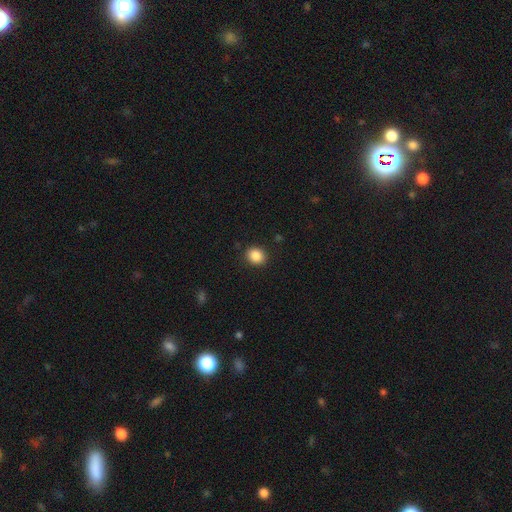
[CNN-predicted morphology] Smooth or featured: smooth — 87% (star or artifact — 9%)
How rounded: round — 65% (in between — 34%)
Merging: none — 90% (minor disturbance — 7%)